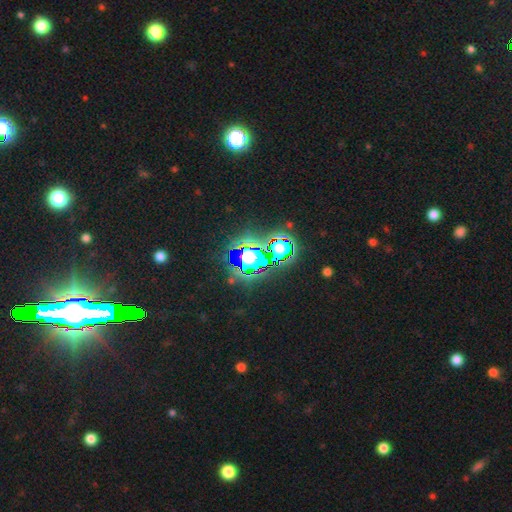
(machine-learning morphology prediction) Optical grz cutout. It shows a star or artifact, not a galaxy (84%).